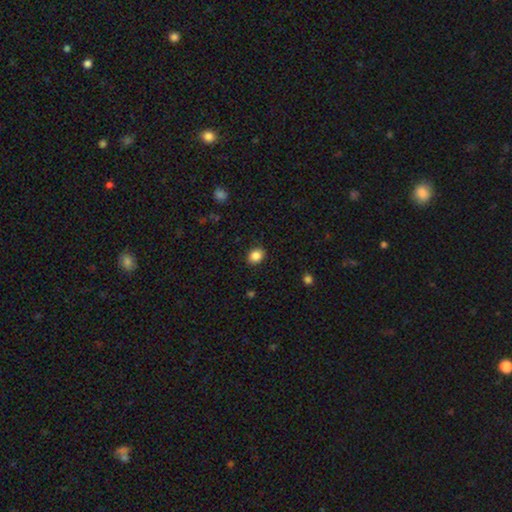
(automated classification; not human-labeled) Smooth or featured? smooth (86%)
How rounded? round (56%)
Merging? none (89%)